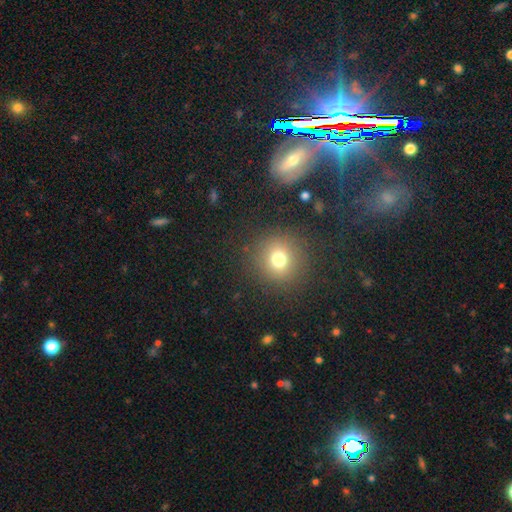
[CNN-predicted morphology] This appears to be a smooth galaxy with no disk features (46%). Merging: none (88%).